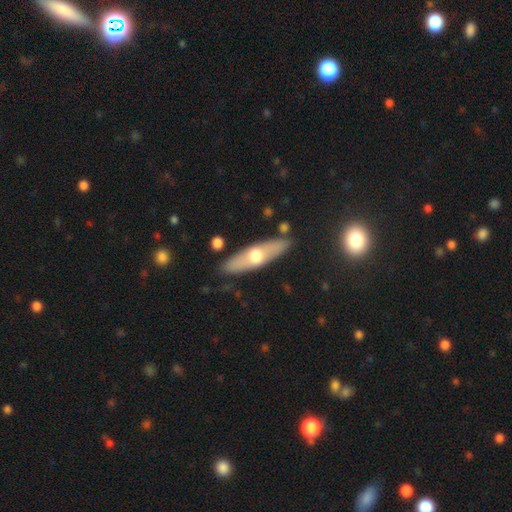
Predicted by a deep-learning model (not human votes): This appears to be a smooth galaxy with no disk features (52%) that is cigar-shaped (62%). Merging: none (83%).